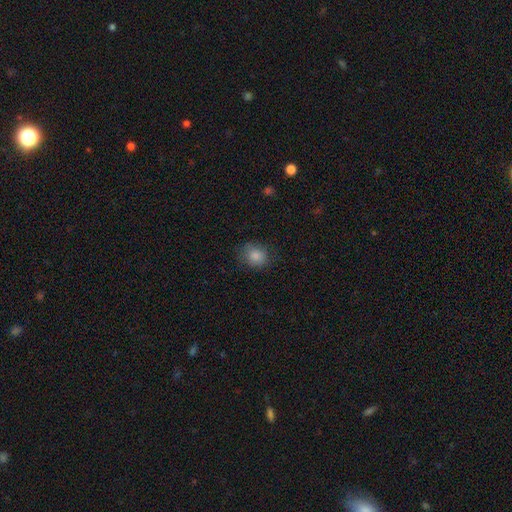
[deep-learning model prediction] Smooth or featured?
  - smooth: 85% *
  - star or artifact: 10%
  - featured or disk: 6%
How rounded?
  - round: 66% *
  - in between: 33%
  - cigar-shaped: 1%
Merging?
  - none: 76% *
  - minor disturbance: 17%
  - major disturbance: 5%
  - merger: 1%